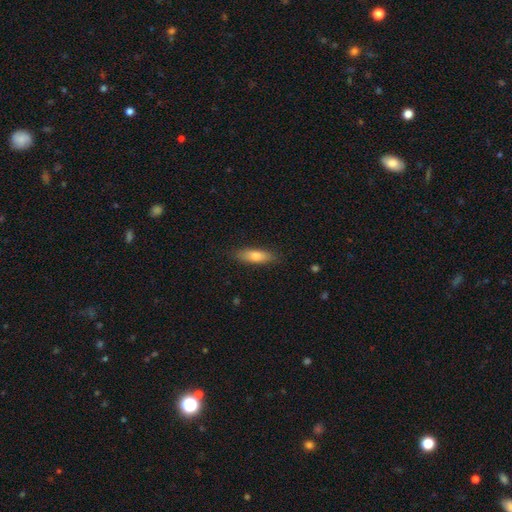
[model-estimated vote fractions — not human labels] This appears to be a smooth galaxy with no disk features (74%) that is cigar-shaped (56%). Merging: none (85%).